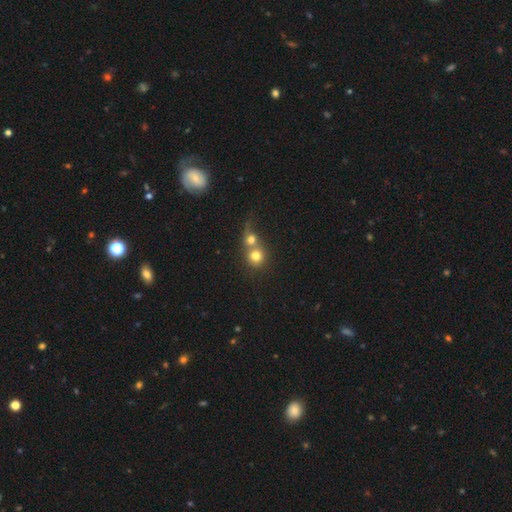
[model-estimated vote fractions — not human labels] This is likely a smooth galaxy (74%). How rounded: clearly round (86%). Merging: likely merger (62%).